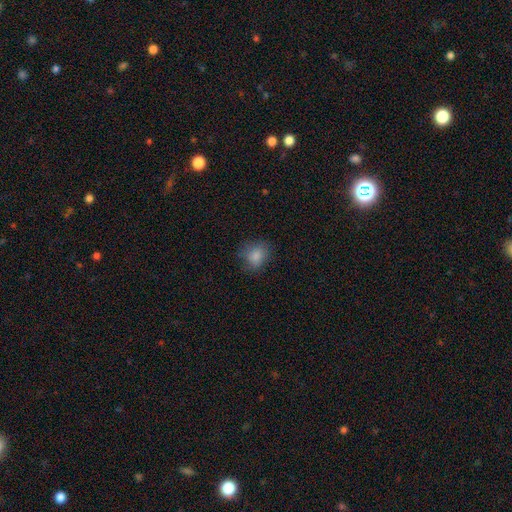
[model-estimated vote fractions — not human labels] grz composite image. It shows a smooth galaxy with no disk features (84%) that is round (58%). Merging: none (73%).